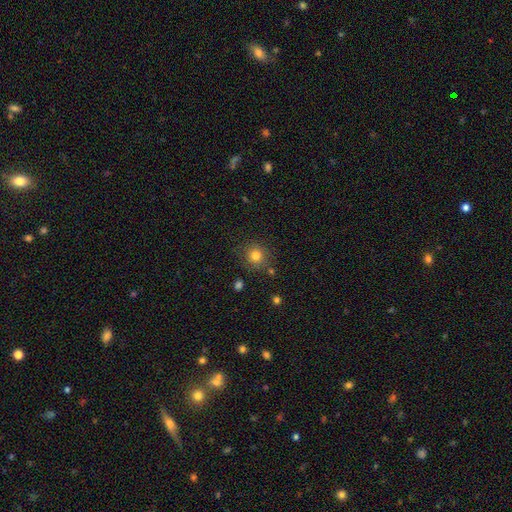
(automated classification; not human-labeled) Smooth or featured?
  - smooth: 80% *
  - star or artifact: 13%
  - featured or disk: 7%
How rounded?
  - round: 90% *
  - in between: 9%
  - cigar-shaped: 1%
Merging?
  - none: 83% *
  - minor disturbance: 10%
  - merger: 4%
  - major disturbance: 3%